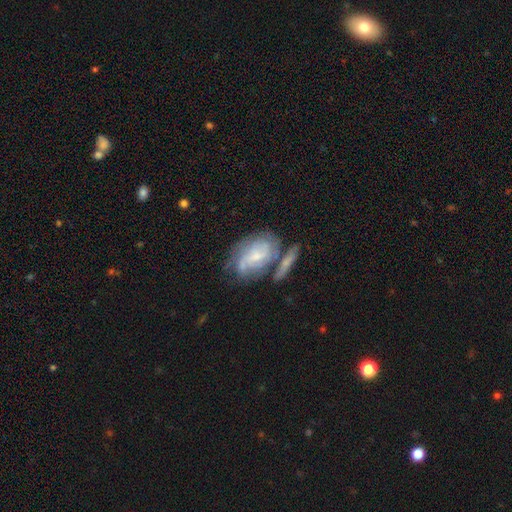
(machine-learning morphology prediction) Smooth or featured? Predicted: featured or disk (p=0.67). Edge-on disk? Predicted: no (p=0.94). Bar? Predicted: no (p=0.52). Spiral arms? Predicted: yes (p=0.82). Spiral winding? Predicted: tight (p=0.46). Spiral arm count? Predicted: can't tell (p=0.47). Bulge size? Predicted: small (p=0.58). Merging? Predicted: none (p=0.42).